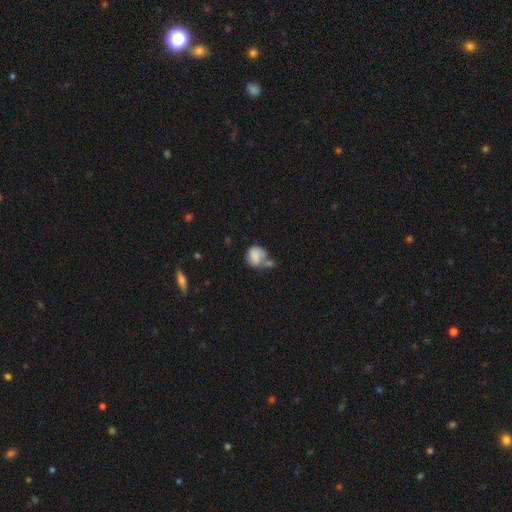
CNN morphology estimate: Overall: smooth (79%). How rounded: round (69%; in between 30%). Merging: merger (37%; none 33%).